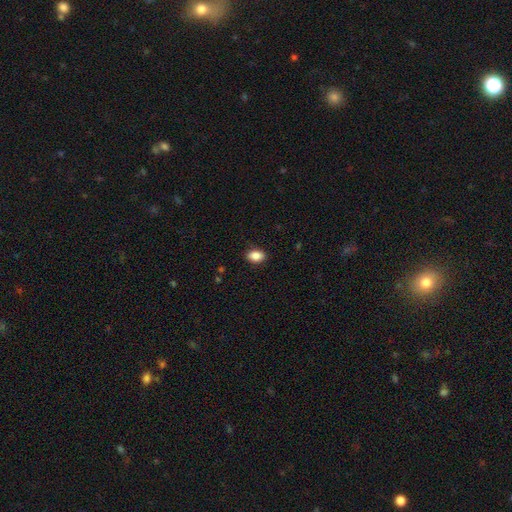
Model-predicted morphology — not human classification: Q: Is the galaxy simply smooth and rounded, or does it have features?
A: smooth — 88%.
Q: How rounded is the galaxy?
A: in between — 81%.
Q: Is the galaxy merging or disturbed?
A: none — 89%.